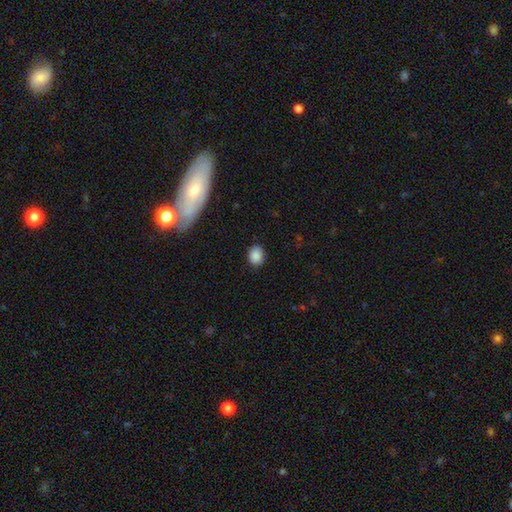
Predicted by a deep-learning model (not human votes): The model was most divided on "how rounded": round: 52%, in between: 47%, cigar-shaped: 1%. More confident: smooth or featured — smooth (88%); merging — none (84%).